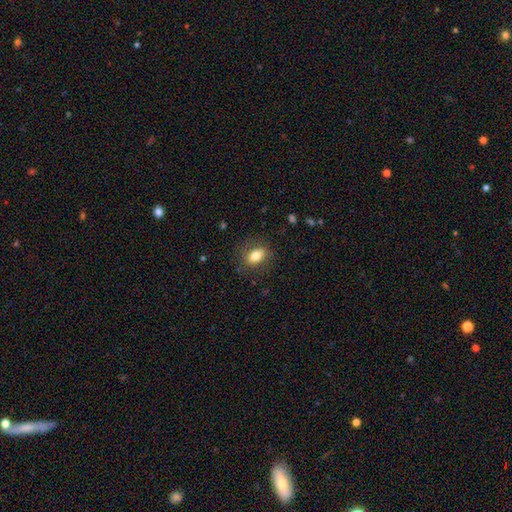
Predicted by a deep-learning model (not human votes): The model was most divided on "smooth or featured": smooth: 74%, featured or disk: 17%, star or artifact: 8%. More confident: how rounded — in between (80%); merging — none (80%).